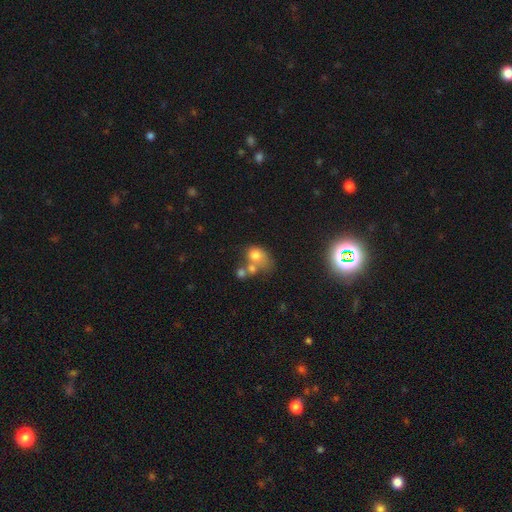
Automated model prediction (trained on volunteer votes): Smooth or featured? smooth (69%)
How rounded? in between (55%)
Merging? merger (49%)